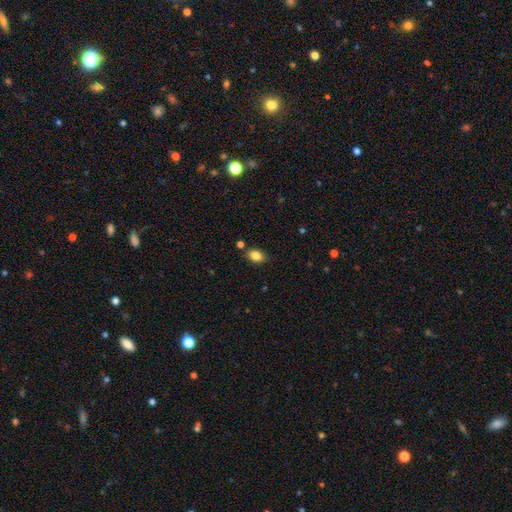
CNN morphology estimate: A smooth galaxy with no disk features (84%) that is in between round and cigar-shaped (80%).

Vote fractions:
- Smooth or featured? smooth: 84% / star or artifact: 9% / featured or disk: 7%
- How rounded? in between: 80% / round: 18% / cigar-shaped: 2%
- Merging? none: 80% / minor disturbance: 12% / merger: 5% / major disturbance: 3%